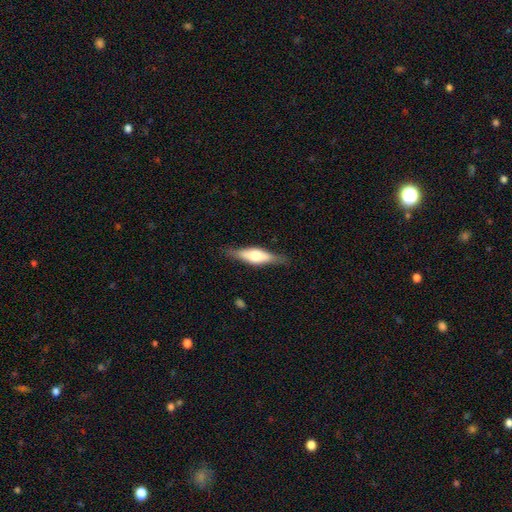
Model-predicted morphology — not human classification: Smooth or featured? Predicted: featured or disk (p=0.50). Edge-on disk? Predicted: yes (p=0.90). Merging? Predicted: none (p=0.81).